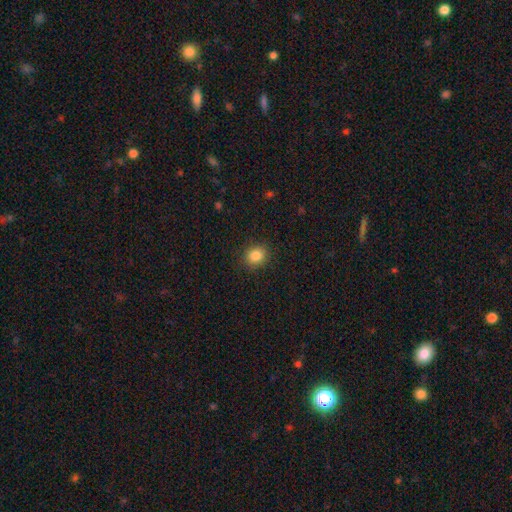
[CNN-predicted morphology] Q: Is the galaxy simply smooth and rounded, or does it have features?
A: smooth — 84%.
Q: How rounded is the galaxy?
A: round — 70%.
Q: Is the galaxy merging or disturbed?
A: none — 89%.